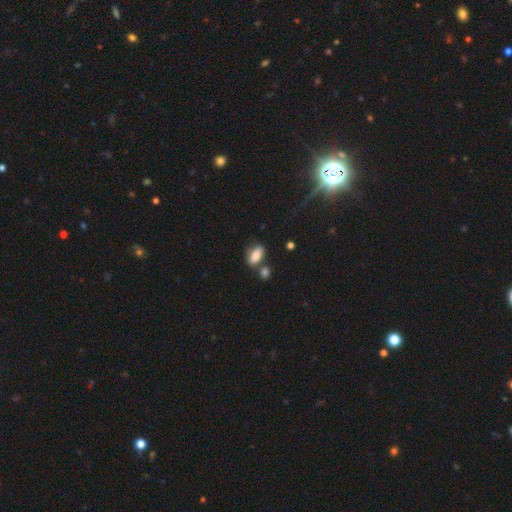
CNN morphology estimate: Smooth or featured?
  - smooth: 80% *
  - featured or disk: 12%
  - star or artifact: 8%
How rounded?
  - in between: 87% *
  - round: 7%
  - cigar-shaped: 6%
Merging?
  - none: 64% *
  - merger: 17%
  - minor disturbance: 15%
  - major disturbance: 4%